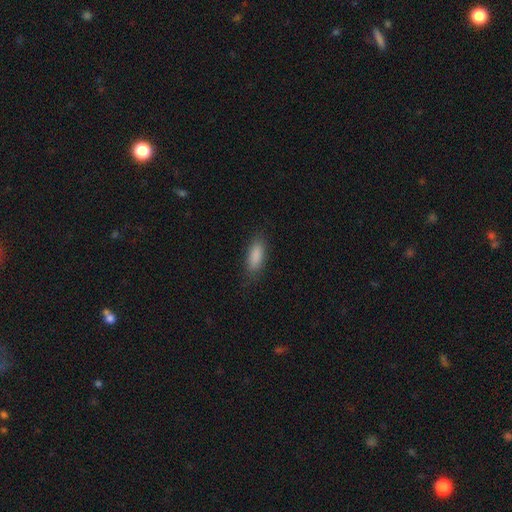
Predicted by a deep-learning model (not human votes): A smooth galaxy with no disk features (88%) that is in between round and cigar-shaped (71%). Merging: none (83%).